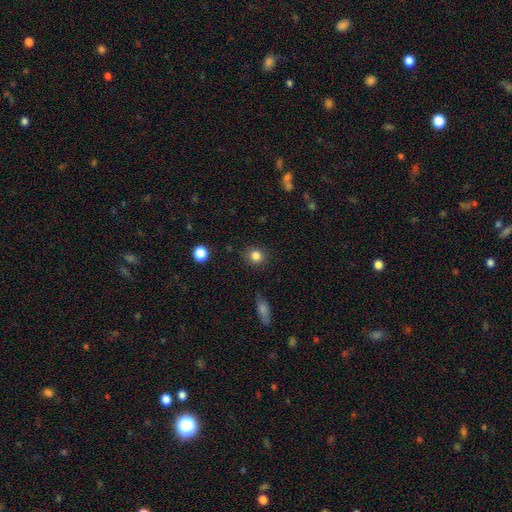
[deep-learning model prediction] smooth_or_featured: smooth (p=0.84) [alt: star or artifact p=0.11]
how_rounded: round (p=0.85) [alt: in between p=0.14]
merging: none (p=0.87) [alt: minor disturbance p=0.09]